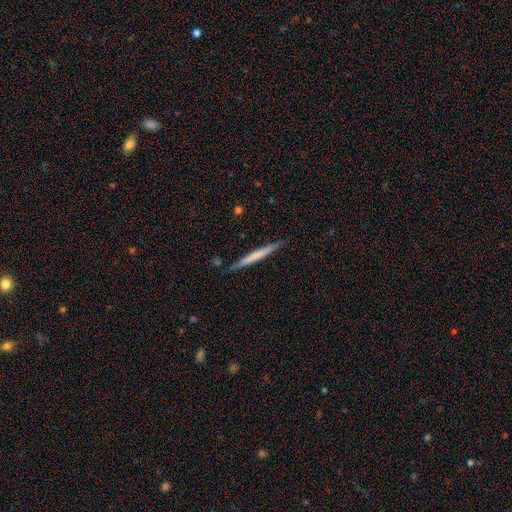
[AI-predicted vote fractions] Overall: smooth (55%; featured or disk 40%). How rounded: cigar-shaped (97%). Merging: none (88%).